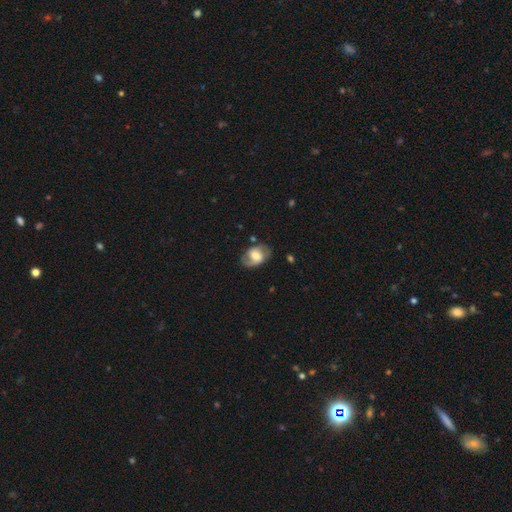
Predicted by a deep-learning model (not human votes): A featured or disk galaxy (52%). Merging: none (75%).